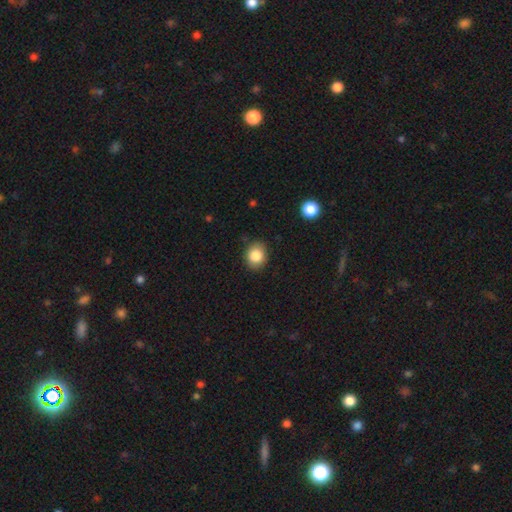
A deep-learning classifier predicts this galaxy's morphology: Smooth or featured?
  - smooth: 84% *
  - star or artifact: 9%
  - featured or disk: 6%
How rounded?
  - round: 63% *
  - in between: 36%
  - cigar-shaped: 1%
Merging?
  - none: 85% *
  - minor disturbance: 12%
  - major disturbance: 2%
  - merger: 1%